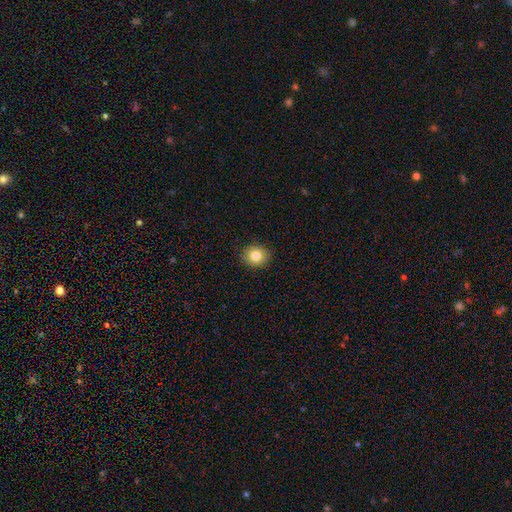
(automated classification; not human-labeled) Overall: smooth (82%). How rounded: round (78%). Merging: none (91%).